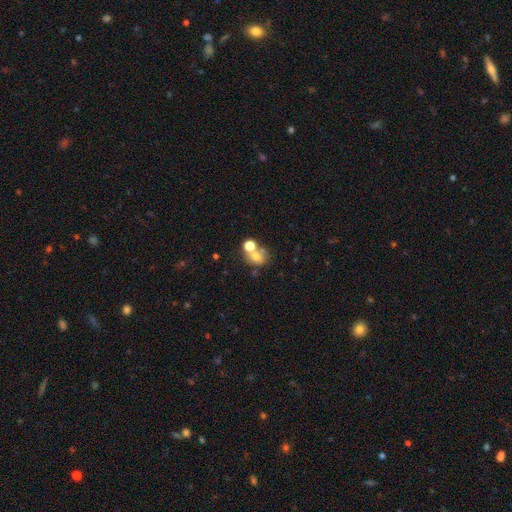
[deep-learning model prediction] The model was most divided on "merging": merger: 47%, none: 37%, minor disturbance: 10%, major disturbance: 7%. More confident: smooth or featured — smooth (66%); how rounded — round (61%).